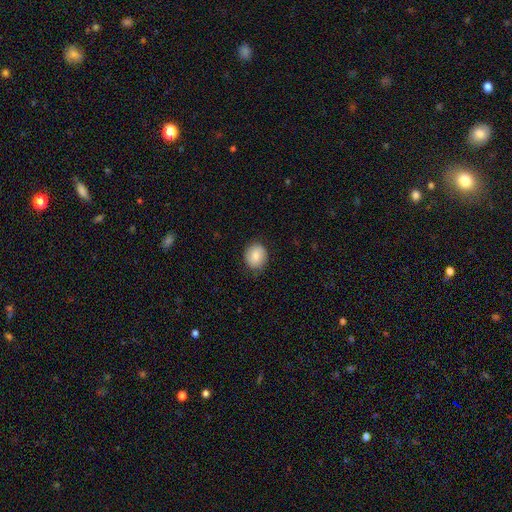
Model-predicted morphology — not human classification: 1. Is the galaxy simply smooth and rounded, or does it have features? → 82% smooth, 11% featured or disk, 8% star or artifact.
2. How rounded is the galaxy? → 72% round, 27% in between, 1% cigar-shaped.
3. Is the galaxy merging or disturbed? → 81% none, 15% minor disturbance, 3% major disturbance, 1% merger.